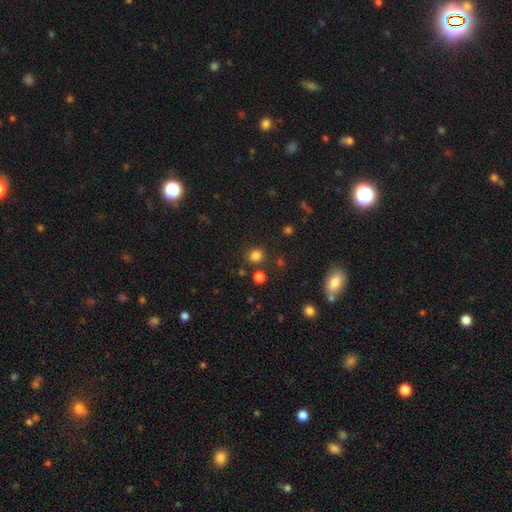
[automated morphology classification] This appears to be a smooth galaxy with no disk features (80%) that is round (79%). Merging: none (82%).